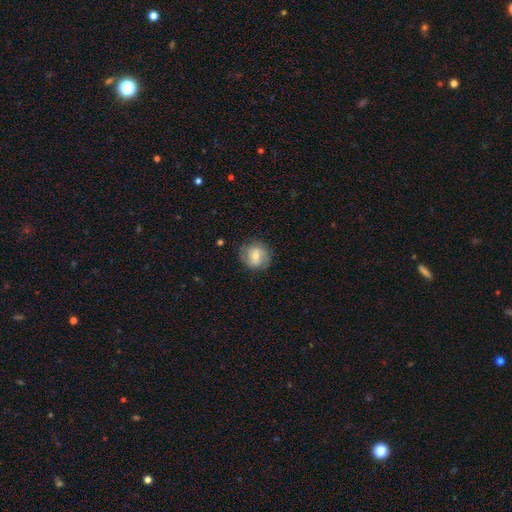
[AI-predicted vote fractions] smooth-or-featured: smooth: 51% | featured or disk: 41% | star or artifact: 8%
  how-rounded: round: 83% | in between: 16% | cigar-shaped: 1%
  merging: none: 78% | minor disturbance: 15% | major disturbance: 5% | merger: 1%